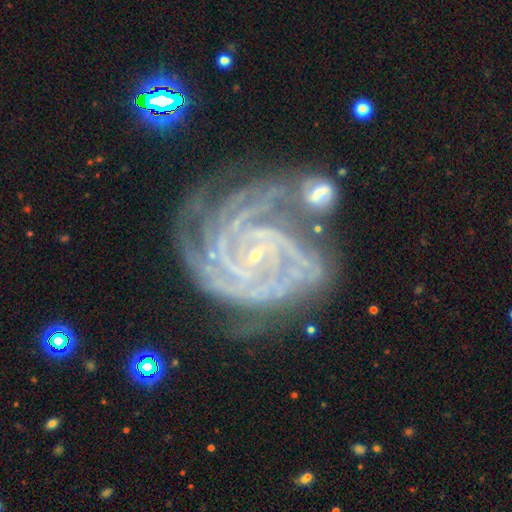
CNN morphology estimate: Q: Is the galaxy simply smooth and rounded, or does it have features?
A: featured or disk — 91%.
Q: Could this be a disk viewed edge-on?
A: no — 98%.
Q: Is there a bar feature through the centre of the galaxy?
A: no — 54%.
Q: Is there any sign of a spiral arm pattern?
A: yes — 99%.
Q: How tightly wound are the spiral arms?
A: tight — 81%.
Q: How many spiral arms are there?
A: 4 — 36%.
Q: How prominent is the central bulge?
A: small — 88%.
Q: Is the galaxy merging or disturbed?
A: none — 55%.